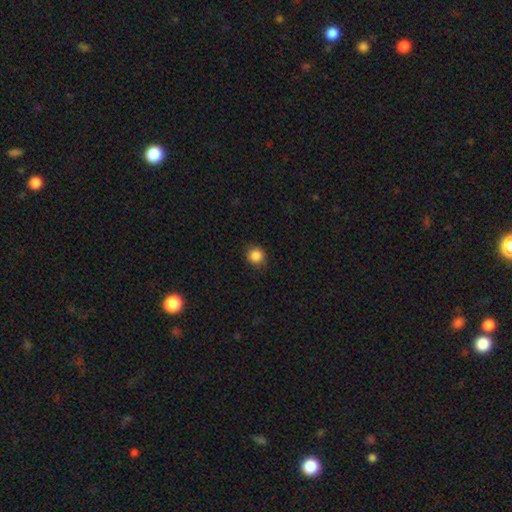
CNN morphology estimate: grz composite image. It shows a smooth galaxy with no disk features (87%) that is round (89%). Merging: none (87%).